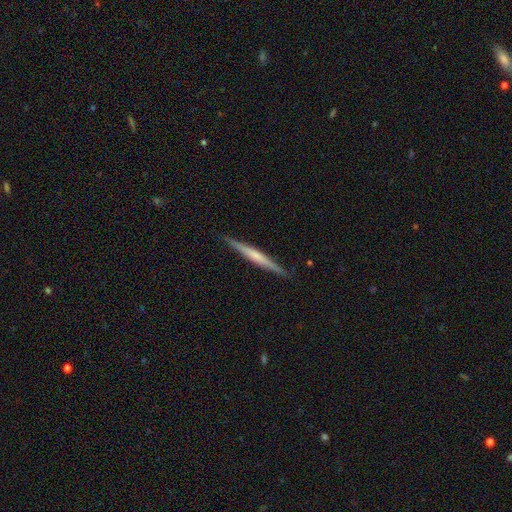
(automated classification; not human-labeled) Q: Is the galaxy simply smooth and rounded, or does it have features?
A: featured or disk — 58%.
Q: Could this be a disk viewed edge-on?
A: yes — 98%.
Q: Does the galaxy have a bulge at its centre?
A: none — 53%.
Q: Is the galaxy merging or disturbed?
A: none — 90%.